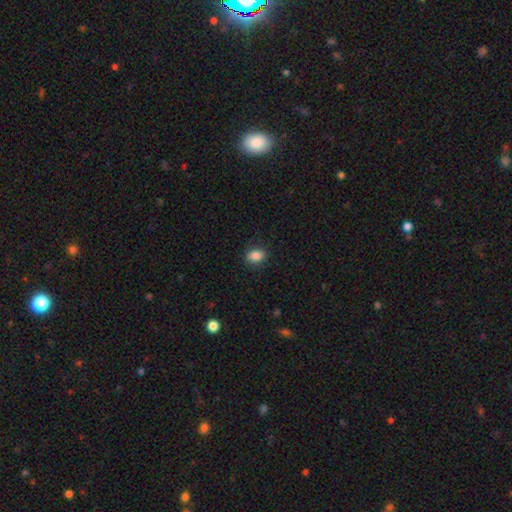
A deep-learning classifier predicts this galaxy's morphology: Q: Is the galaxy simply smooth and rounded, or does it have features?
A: smooth — 87%.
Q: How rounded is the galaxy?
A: in between — 73%.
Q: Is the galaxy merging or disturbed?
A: none — 87%.